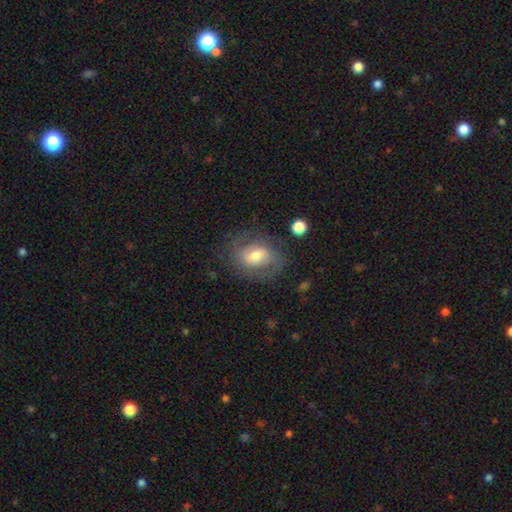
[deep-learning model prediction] smooth-or-featured: featured or disk: 49% | smooth: 43% | star or artifact: 8%
  merging: none: 69% | minor disturbance: 18% | major disturbance: 11% | merger: 2%